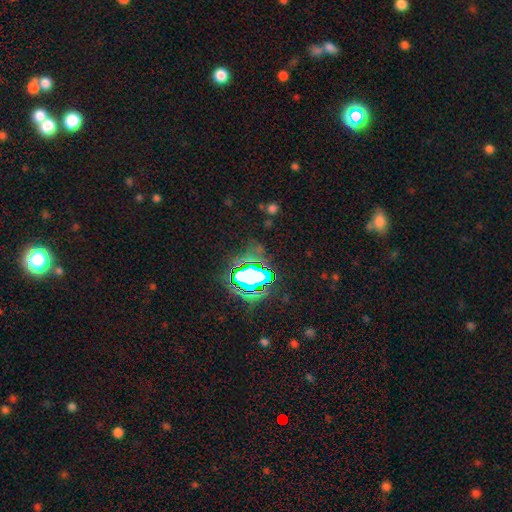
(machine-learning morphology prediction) star or artifact 79%, smooth 12%, featured or disk 8%.